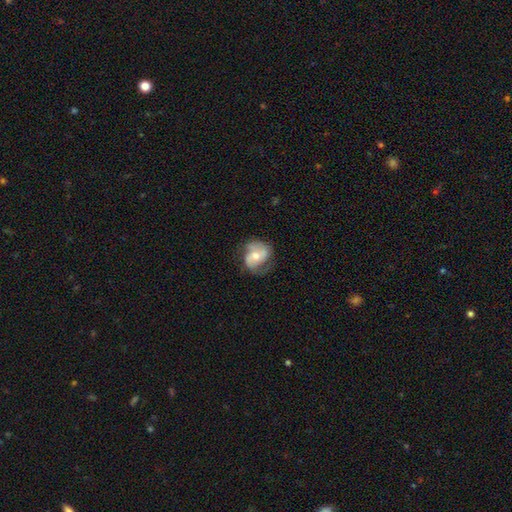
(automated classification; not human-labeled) smooth_or_featured: featured or disk (p=0.68) [alt: smooth p=0.26]
disk_edge_on: no (p=0.97) [alt: yes p=0.03]
bar: no (p=0.50) [alt: weak p=0.37]
has_spiral_arms: yes (p=0.90) [alt: no p=0.10]
spiral_winding: medium (p=0.47) [alt: loose p=0.28]
spiral_arm_count: 2 (p=0.81) [alt: can't tell p=0.09]
bulge_size: moderate (p=0.60) [alt: small p=0.31]
merging: none (p=0.63) [alt: minor disturbance p=0.23]